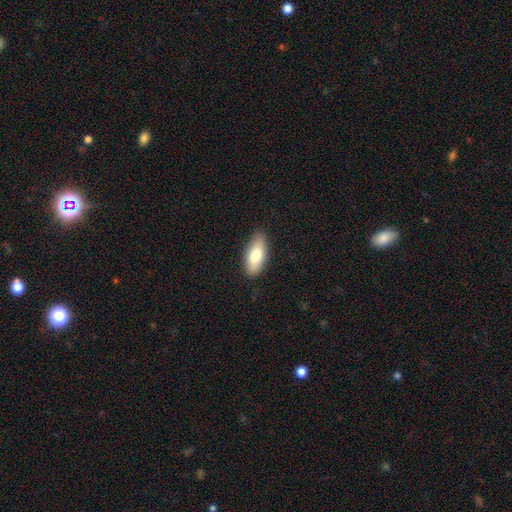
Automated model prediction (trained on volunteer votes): This is likely a smooth galaxy (77%). How rounded: clearly in between (82%). Merging: clearly none (87%).